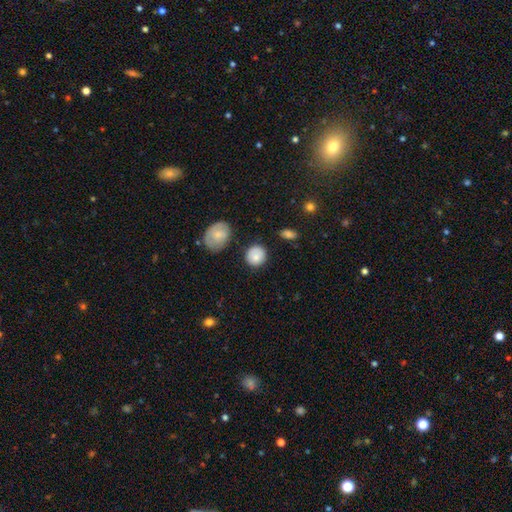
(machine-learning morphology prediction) Smooth or featured? Predicted: smooth (p=0.83). How rounded? Predicted: round (p=0.85). Merging? Predicted: none (p=0.82).